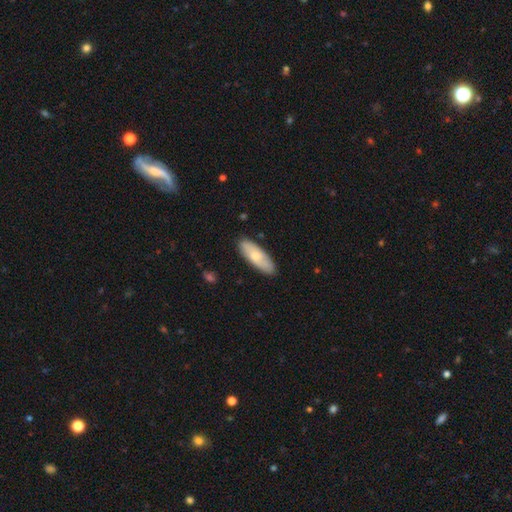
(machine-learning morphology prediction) Smooth or featured?
  - smooth: 70% *
  - featured or disk: 24%
  - star or artifact: 5%
How rounded?
  - in between: 62% *
  - cigar-shaped: 36%
  - round: 2%
Merging?
  - none: 86% *
  - minor disturbance: 10%
  - major disturbance: 2%
  - merger: 1%